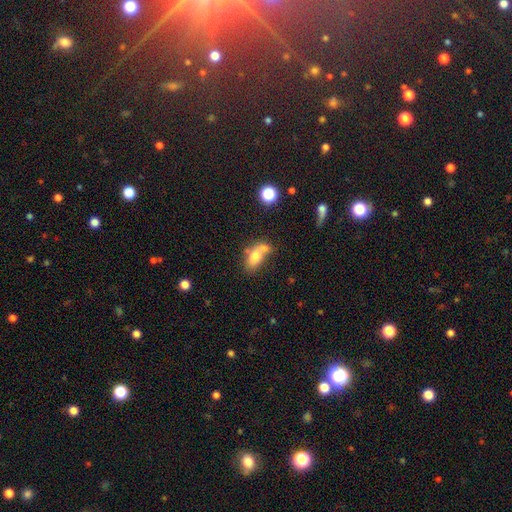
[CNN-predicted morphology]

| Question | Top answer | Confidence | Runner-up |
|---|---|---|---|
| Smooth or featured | smooth | 72% | featured or disk (18%) |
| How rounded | in between | 81% | round (12%) |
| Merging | merger | 44% | none (32%) |